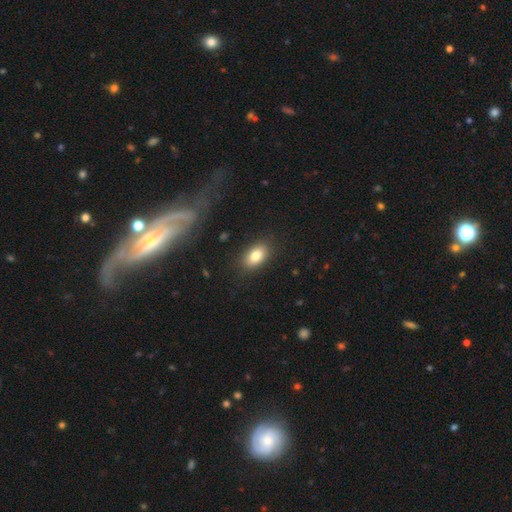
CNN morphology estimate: A smooth galaxy with no disk features (81%) that is in between round and cigar-shaped (89%). Merging: none (86%).